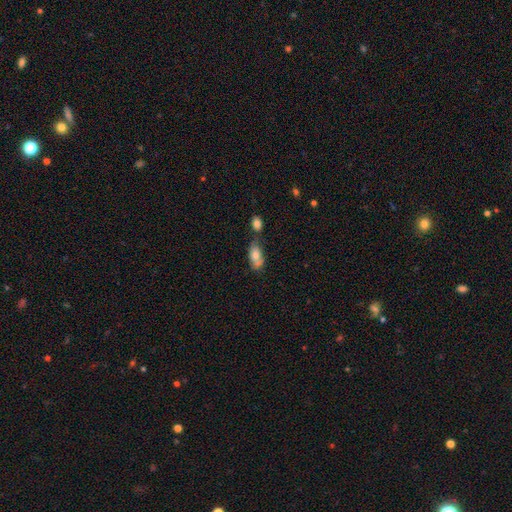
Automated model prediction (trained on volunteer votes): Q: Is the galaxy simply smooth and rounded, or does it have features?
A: smooth — 73%.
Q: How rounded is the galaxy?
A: in between — 88%.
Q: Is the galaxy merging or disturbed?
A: none — 42%.